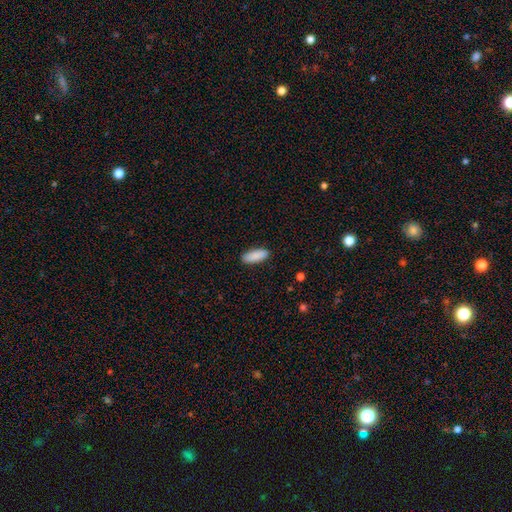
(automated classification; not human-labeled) Q: Smooth or featured?
A: smooth (90%); runner-up: star or artifact (6%)
Q: How rounded?
A: in between (73%); runner-up: cigar-shaped (25%)
Q: Merging?
A: none (90%); runner-up: minor disturbance (8%)